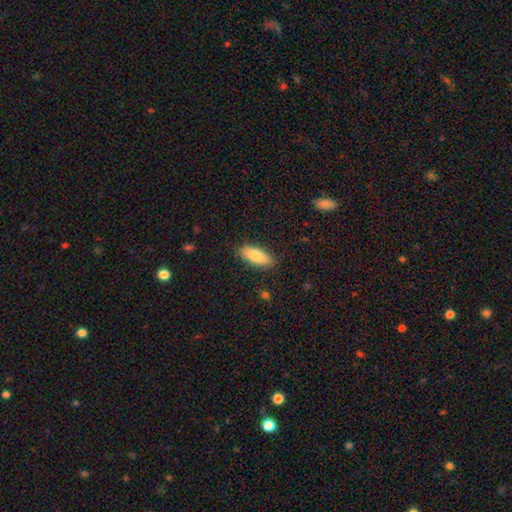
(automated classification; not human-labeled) Overall: smooth (83%). How rounded: in between (72%). Merging: none (85%).